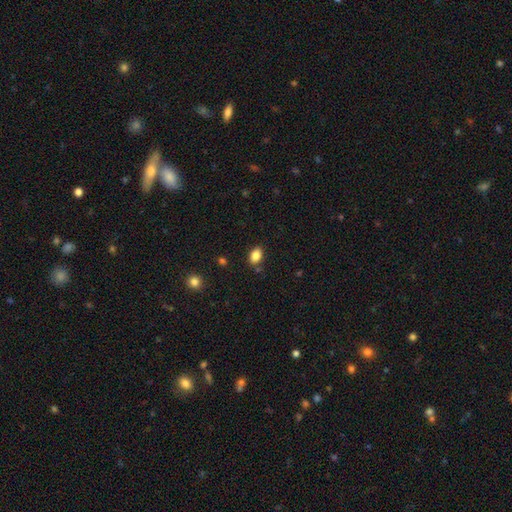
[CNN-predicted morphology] Q: Smooth or featured?
A: smooth (86%); runner-up: star or artifact (9%)
Q: How rounded?
A: in between (82%); runner-up: round (16%)
Q: Merging?
A: none (82%); runner-up: minor disturbance (11%)